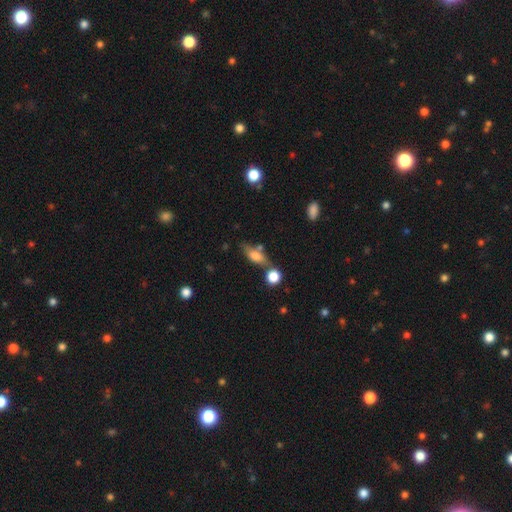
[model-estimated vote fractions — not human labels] smooth 66%, featured or disk 24%, star or artifact 10%. Down the decision tree: how rounded — in between (67%); merging — none (53%).